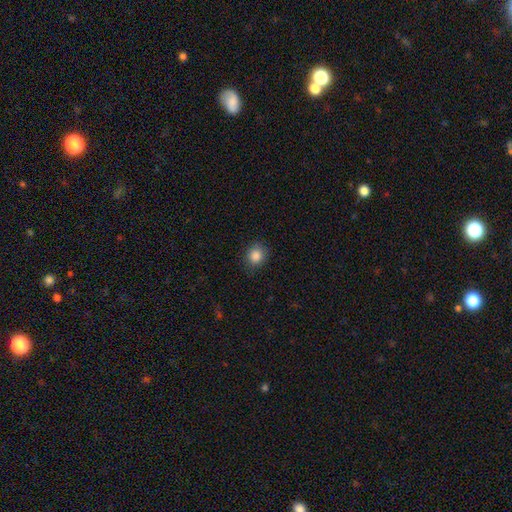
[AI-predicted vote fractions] Morphology: type=smooth (86%); roundness=round (81%); merging=none (87%).